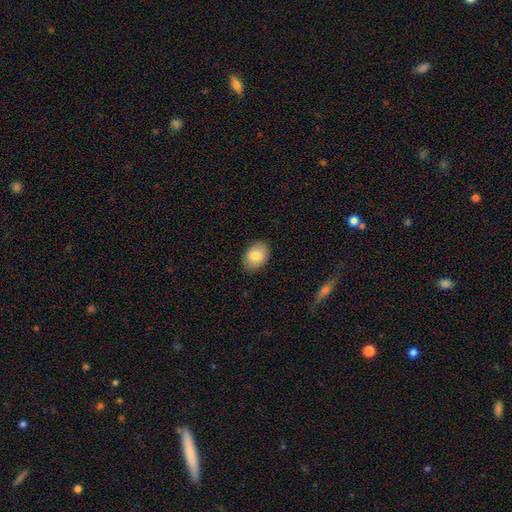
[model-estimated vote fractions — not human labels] This is clearly a smooth galaxy (84%). How rounded: likely in between (71%). Merging: clearly none (87%).